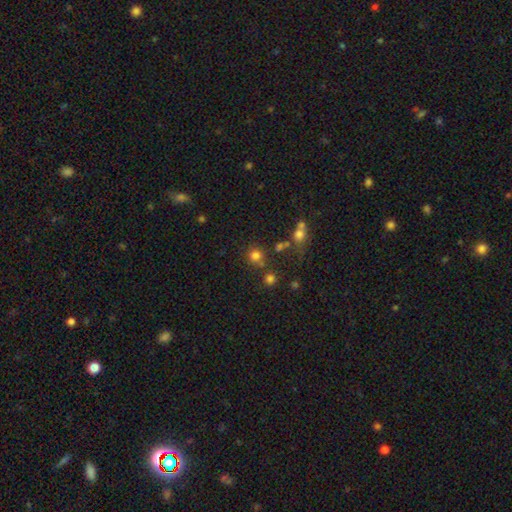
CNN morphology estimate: This is likely a smooth galaxy (76%). How rounded: clearly round (90%). Merging: likely none (71%).